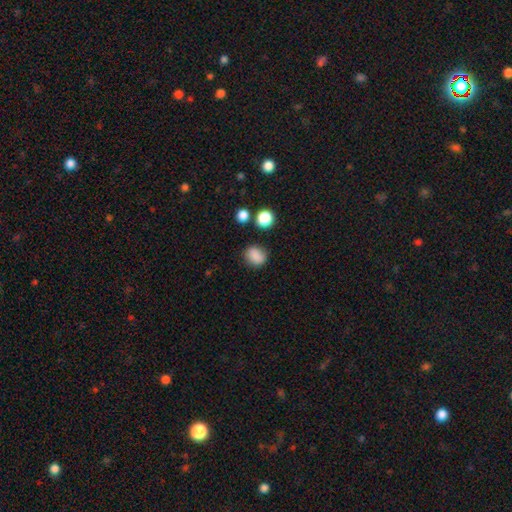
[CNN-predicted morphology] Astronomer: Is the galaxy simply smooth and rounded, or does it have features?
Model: smooth — 85%.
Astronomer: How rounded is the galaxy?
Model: round — 57% (runner-up: in between, 42%).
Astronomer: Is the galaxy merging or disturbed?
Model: none — 78%.